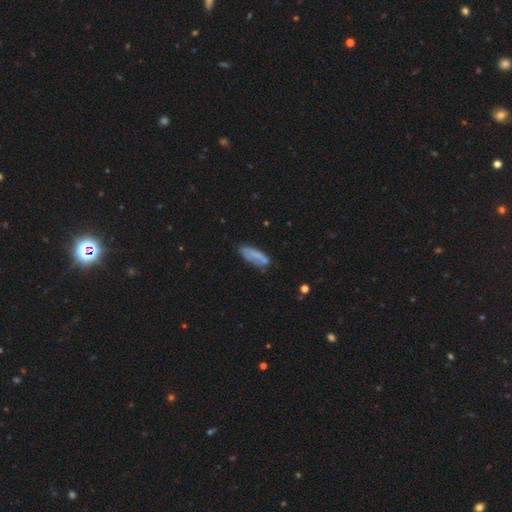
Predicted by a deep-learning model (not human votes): Morphology: type=smooth (63%); roundness=in between (50%); merging=none (53%).